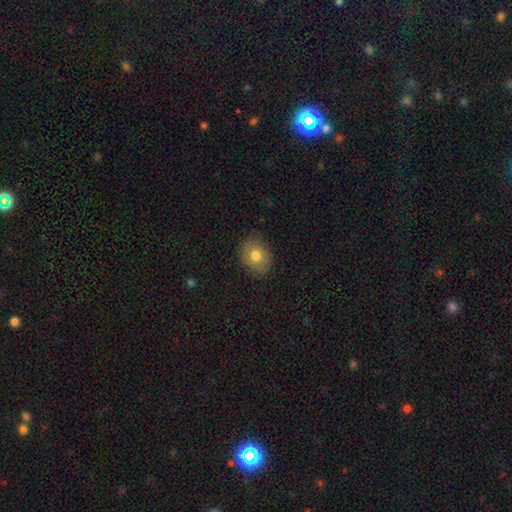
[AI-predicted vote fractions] smooth-or-featured: smooth: 78% | featured or disk: 14% | star or artifact: 9%
  how-rounded: round: 53% | in between: 46% | cigar-shaped: 1%
  merging: none: 86% | minor disturbance: 11% | major disturbance: 3% | merger: 1%